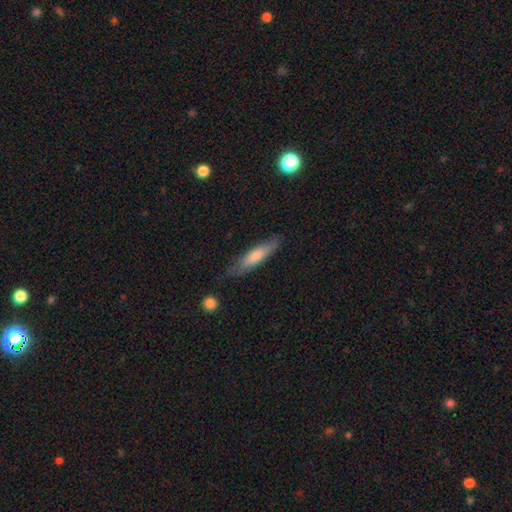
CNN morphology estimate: A smooth galaxy with no disk features (64%) that is cigar-shaped (80%). Merging: none (78%).